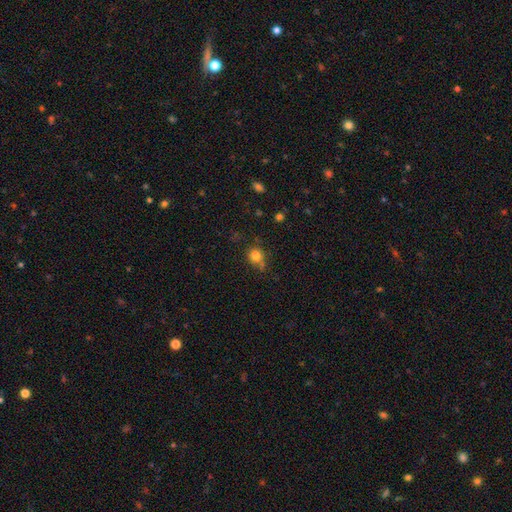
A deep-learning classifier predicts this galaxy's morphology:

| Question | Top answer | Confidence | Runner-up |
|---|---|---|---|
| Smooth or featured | smooth | 80% | star or artifact (13%) |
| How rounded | round | 80% | in between (19%) |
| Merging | none | 59% | minor disturbance (23%) |